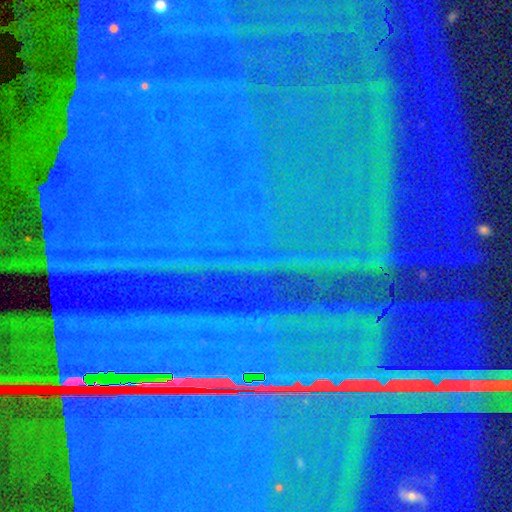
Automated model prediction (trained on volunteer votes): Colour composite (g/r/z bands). It shows a star or artifact, not a galaxy (89%).